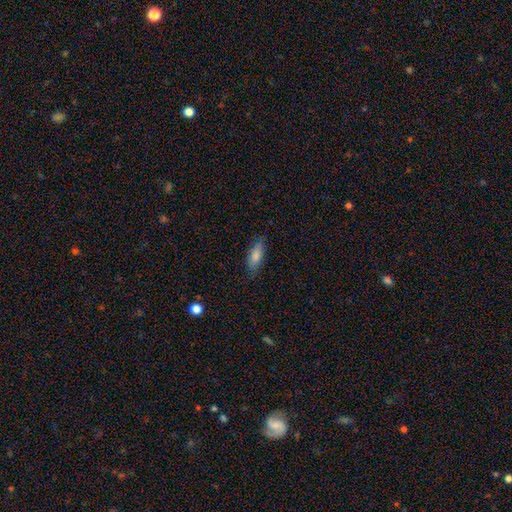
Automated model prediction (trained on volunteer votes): Overall: smooth (83%). How rounded: in between (69%; cigar-shaped 29%). Merging: none (84%).